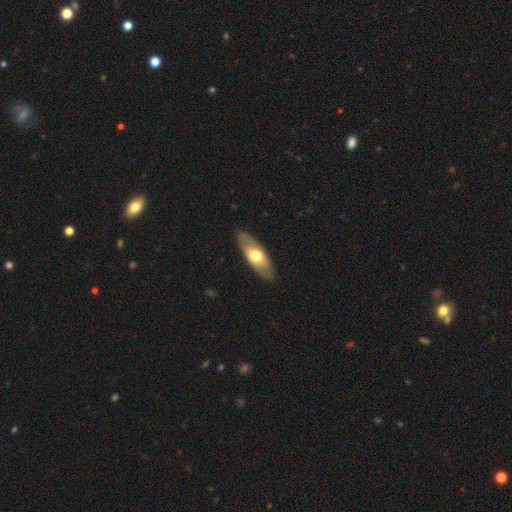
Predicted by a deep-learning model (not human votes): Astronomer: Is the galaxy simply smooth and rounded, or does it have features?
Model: smooth — 55% (runner-up: featured or disk, 40%).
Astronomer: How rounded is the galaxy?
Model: in between — 70%.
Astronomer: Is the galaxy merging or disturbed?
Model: none — 85%.